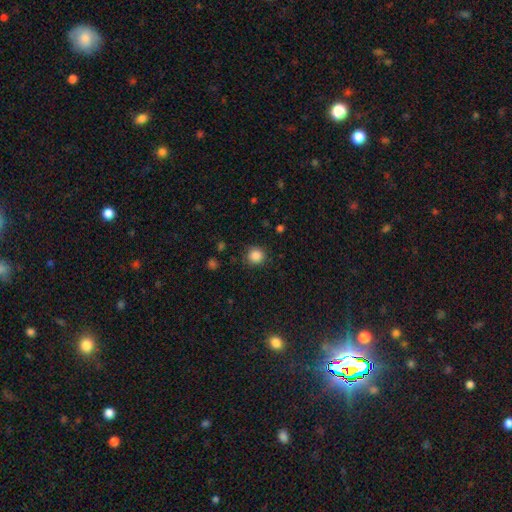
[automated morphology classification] This is clearly a smooth galaxy (86%). How rounded: clearly round (91%). Merging: clearly none (87%).